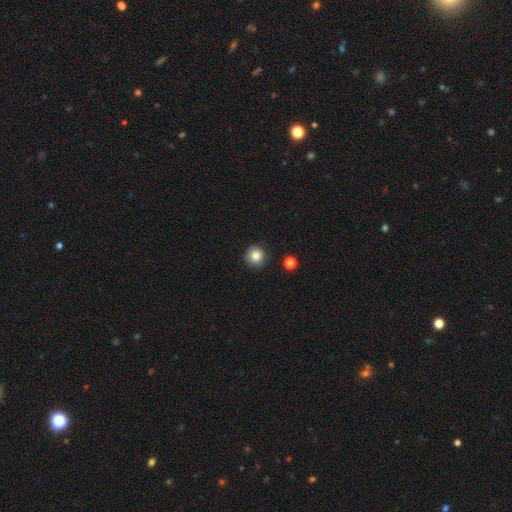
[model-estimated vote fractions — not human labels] Q: Smooth or featured?
A: smooth (84%); runner-up: star or artifact (10%)
Q: How rounded?
A: round (93%); runner-up: in between (6%)
Q: Merging?
A: none (85%); runner-up: minor disturbance (10%)